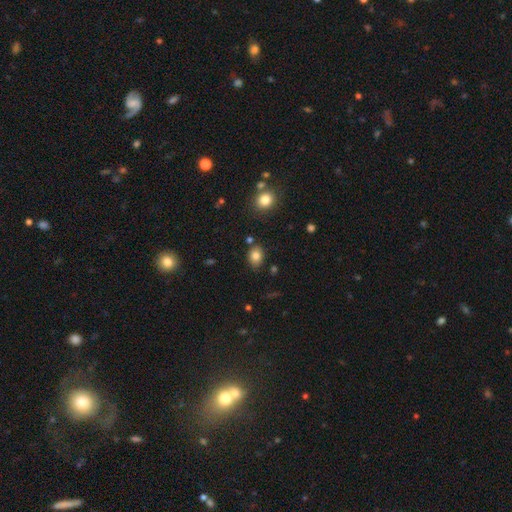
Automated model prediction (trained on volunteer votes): Morphology: type=smooth (81%); roundness=in between (65%); merging=none (81%).